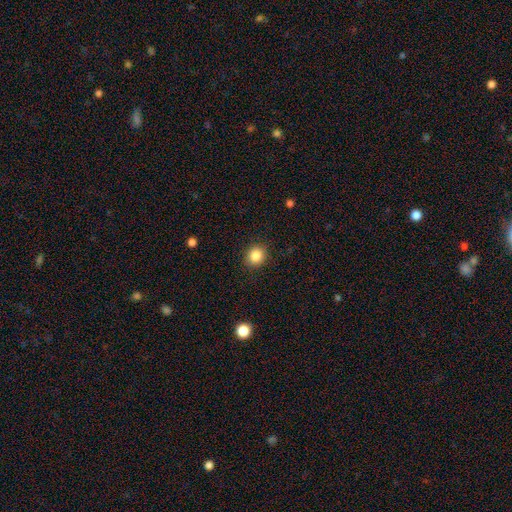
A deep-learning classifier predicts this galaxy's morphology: smooth 85%, star or artifact 10%, featured or disk 5%. Down the decision tree: how rounded — round (78%); merging — none (90%).